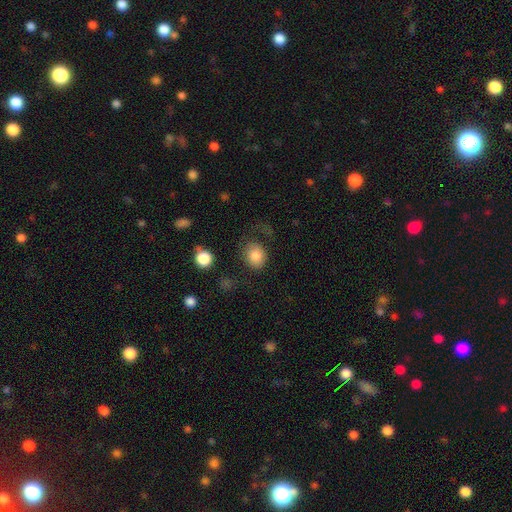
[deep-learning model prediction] smooth_or_featured: smooth (p=0.82) [alt: star or artifact p=0.09]
how_rounded: round (p=0.63) [alt: in between p=0.36]
merging: none (p=0.56) [alt: minor disturbance p=0.20]